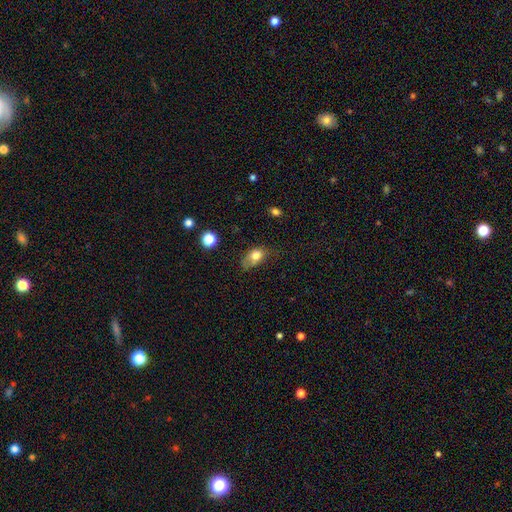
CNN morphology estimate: Q: Smooth or featured?
A: smooth (77%); runner-up: featured or disk (13%)
Q: How rounded?
A: in between (73%); runner-up: round (24%)
Q: Merging?
A: minor disturbance (39%); runner-up: none (33%)